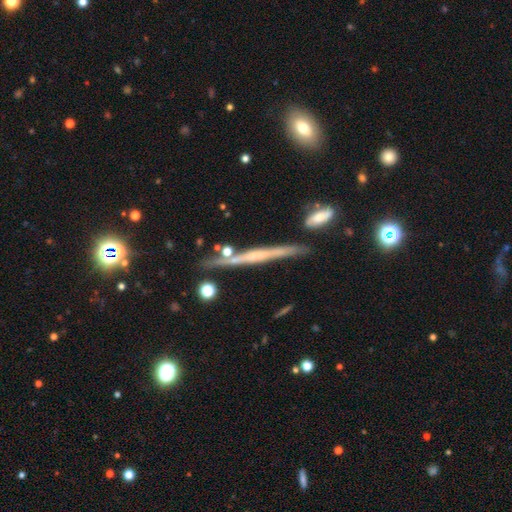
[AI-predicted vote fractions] Smooth or featured? featured or disk (66%)
Edge-on disk? yes (95%)
Edge-on bulge? none (64%)
Merging? none (78%)